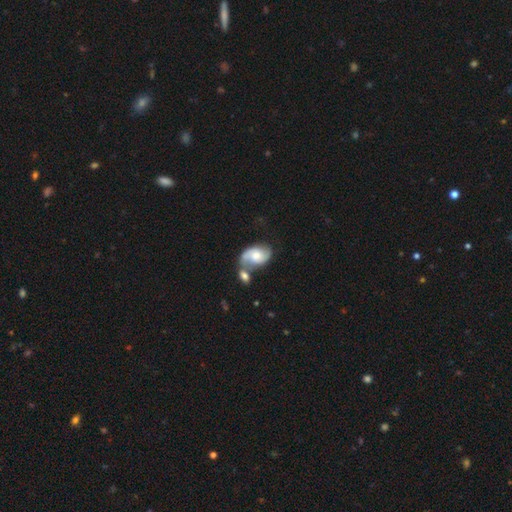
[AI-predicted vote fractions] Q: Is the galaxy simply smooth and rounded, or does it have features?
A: featured or disk — 65%.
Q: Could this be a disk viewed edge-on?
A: no — 97%.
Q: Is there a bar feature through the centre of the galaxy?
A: no — 63%.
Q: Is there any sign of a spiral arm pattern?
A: yes — 89%.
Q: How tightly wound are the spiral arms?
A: medium — 42%, tied with loose.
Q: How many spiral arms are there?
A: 2 — 86%.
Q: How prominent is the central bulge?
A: moderate — 56%.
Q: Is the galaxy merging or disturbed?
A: merger — 42%.